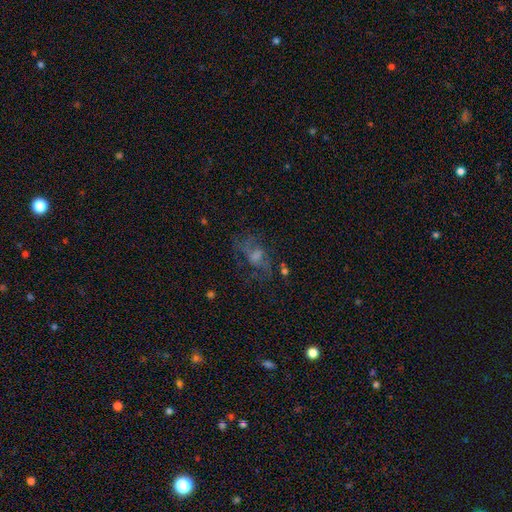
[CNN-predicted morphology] A featured or disk galaxy (53%) with no bar (60%), spiral arms (63%) and a moderate central bulge (36%).

Vote fractions:
- Smooth or featured? featured or disk: 53% / smooth: 24% / star or artifact: 23%
- Edge-on disk? no: 94% / yes: 6%
- Bar? no: 60% / weak: 33% / strong: 7%
- Spiral arms? yes: 63% / no: 37%
- Bulge size? moderate: 36% / small: 28% / none: 23% / large: 11% / dominant: 2%
- Merging? none: 53% / major disturbance: 26% / minor disturbance: 18% / merger: 3%